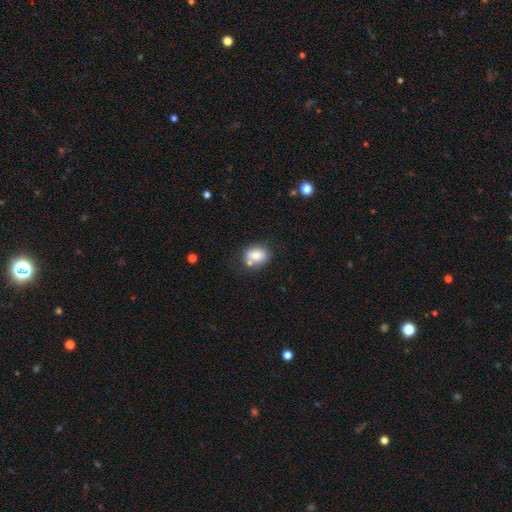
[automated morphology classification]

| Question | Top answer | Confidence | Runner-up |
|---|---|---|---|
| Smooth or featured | smooth | 76% | featured or disk (15%) |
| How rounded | in between | 57% | round (42%) |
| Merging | none | 57% | merger (21%) |